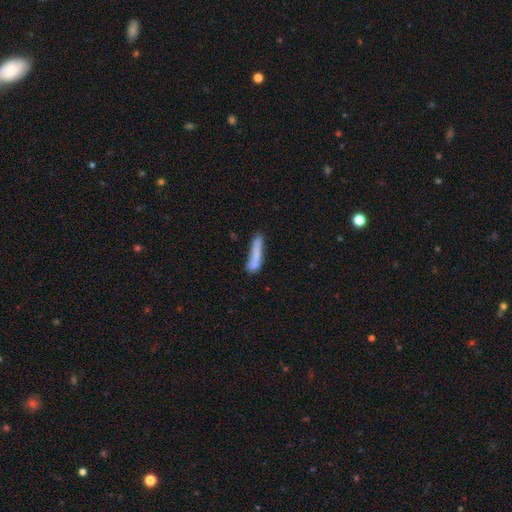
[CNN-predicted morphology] This appears to be a smooth galaxy with no disk features (71%) that is cigar-shaped (89%). Merging: none (58%).